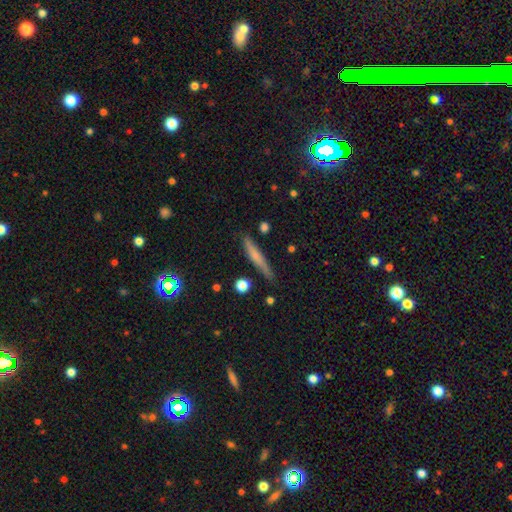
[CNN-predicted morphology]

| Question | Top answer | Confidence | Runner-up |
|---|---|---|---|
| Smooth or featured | smooth | 56% | featured or disk (35%) |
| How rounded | cigar-shaped | 92% | in between (6%) |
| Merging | none | 83% | minor disturbance (12%) |